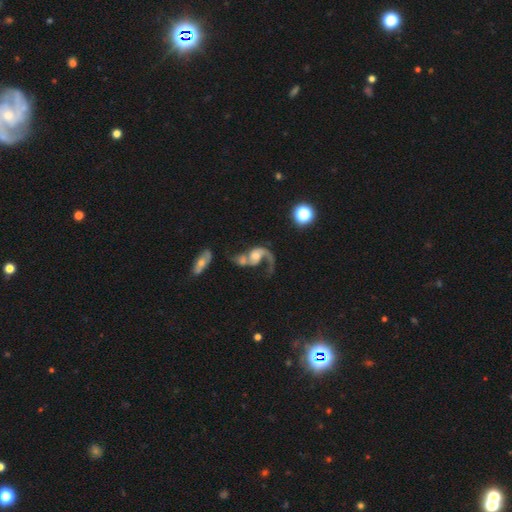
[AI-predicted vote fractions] Smooth or featured? Predicted: featured or disk (p=0.76). Edge-on disk? Predicted: no (p=0.97). Bar? Predicted: no (p=0.65). Spiral arms? Predicted: yes (p=0.89). Spiral winding? Predicted: loose (p=0.73). Spiral arm count? Predicted: 1 (p=0.57). Bulge size? Predicted: moderate (p=0.46). Merging? Predicted: merger (p=0.52).